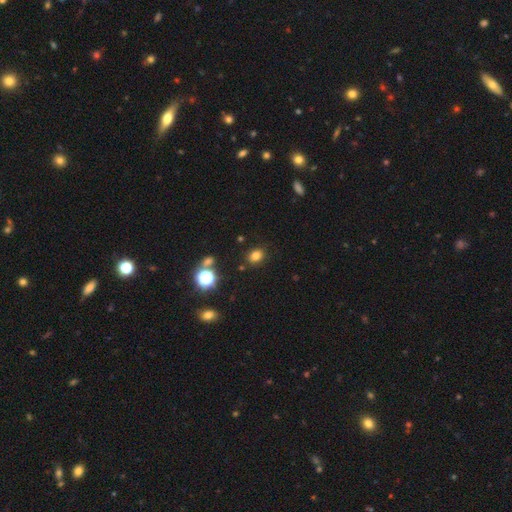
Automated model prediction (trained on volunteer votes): Smooth or featured? Predicted: smooth (p=0.78). How rounded? Predicted: in between (p=0.51). Merging? Predicted: none (p=0.85).